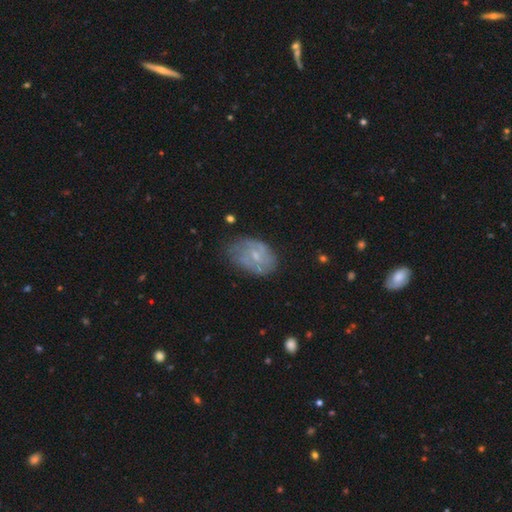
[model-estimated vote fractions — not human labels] Q: Smooth or featured?
A: featured or disk (58%); runner-up: smooth (34%)
Q: Edge-on disk?
A: no (96%); runner-up: yes (4%)
Q: Bar?
A: no (56%); runner-up: weak (38%)
Q: Spiral arms?
A: yes (66%); runner-up: no (34%)
Q: Bulge size?
A: small (61%); runner-up: moderate (26%)
Q: Merging?
A: none (58%); runner-up: minor disturbance (28%)